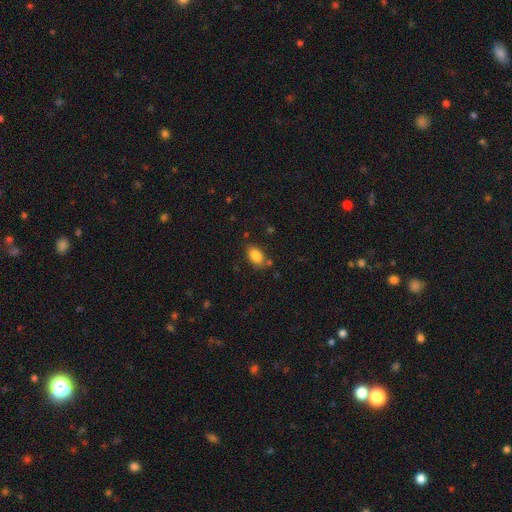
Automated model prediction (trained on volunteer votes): Smooth or featured? Predicted: smooth (p=0.85). How rounded? Predicted: in between (p=0.90). Merging? Predicted: none (p=0.77).